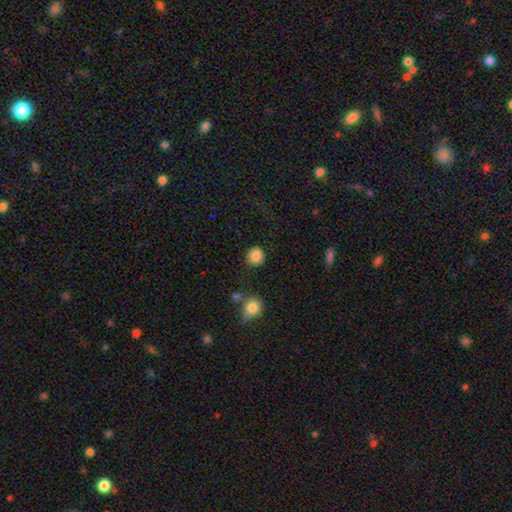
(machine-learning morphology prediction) This appears to be a smooth galaxy with no disk features (86%) that is round (86%). Merging: none (82%).